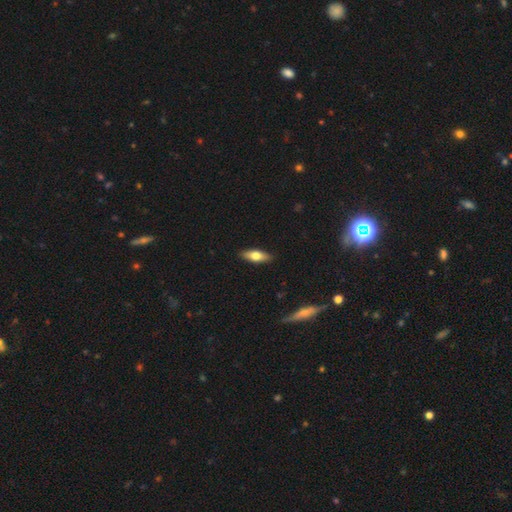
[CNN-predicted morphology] type=smooth (65%); roundness=in between (66%); merging=none (89%).